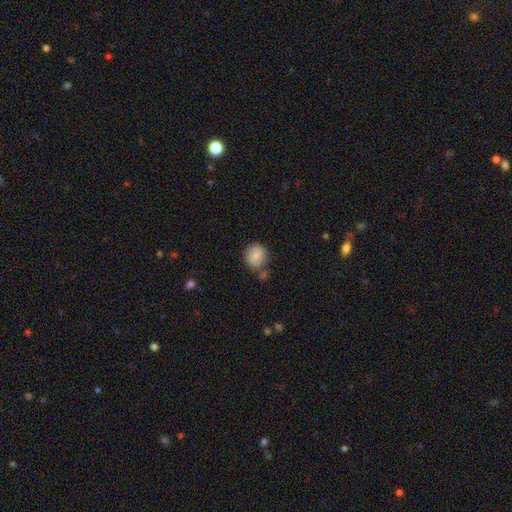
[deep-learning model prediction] smooth_or_featured: smooth (p=0.79) [alt: featured or disk p=0.13]
how_rounded: round (p=0.84) [alt: in between p=0.15]
merging: none (p=0.67) [alt: minor disturbance p=0.17]